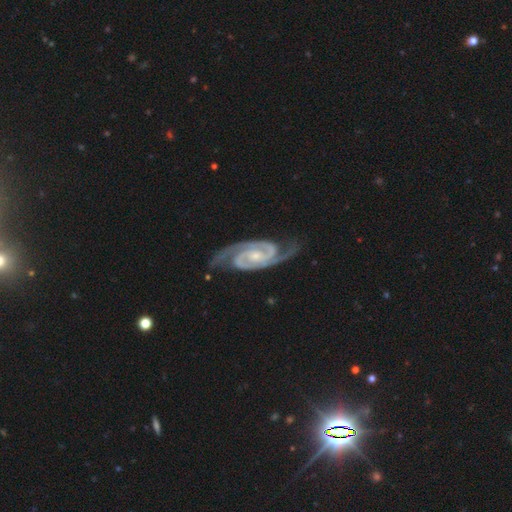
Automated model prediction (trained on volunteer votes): featured or disk 94%, star or artifact 4%, smooth 2%. Down the decision tree: edge-on disk — no (97%); bar — no (48%); spiral arms — yes (99%); spiral arm count — 2 (92%); spiral winding — tight (60%); bulge size — small (60%); merging — none (79%).